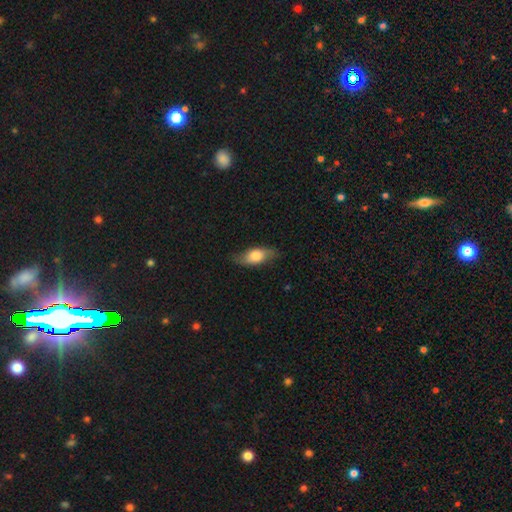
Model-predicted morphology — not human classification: smooth 65%, featured or disk 28%, star or artifact 6%. Down the decision tree: how rounded — in between (78%); merging — none (76%).